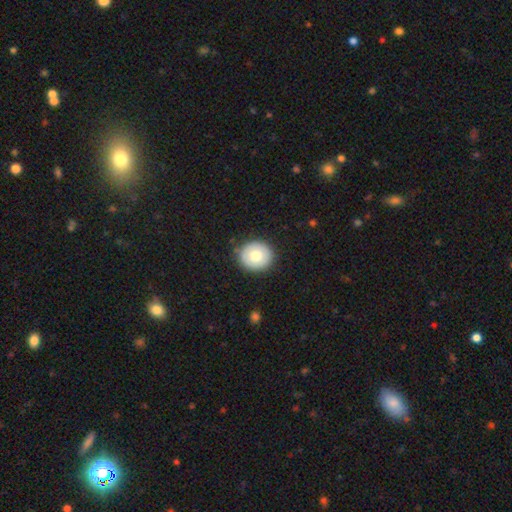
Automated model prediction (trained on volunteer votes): smooth_or_featured: smooth (p=0.73) [alt: featured or disk p=0.20]
how_rounded: round (p=0.85) [alt: in between p=0.14]
merging: none (p=0.89) [alt: minor disturbance p=0.08]